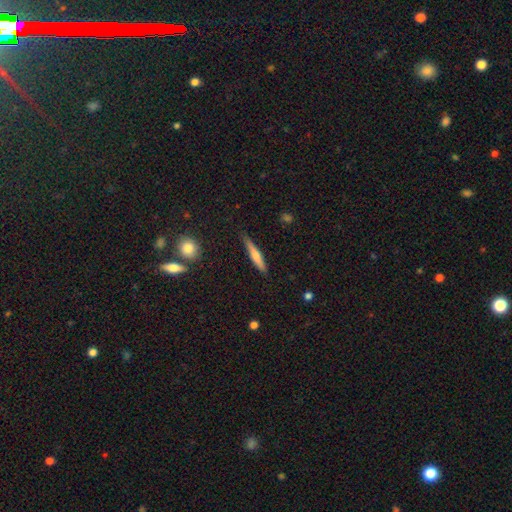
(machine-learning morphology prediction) A smooth galaxy with no disk features (52%) that is cigar-shaped (90%). Merging: none (84%).